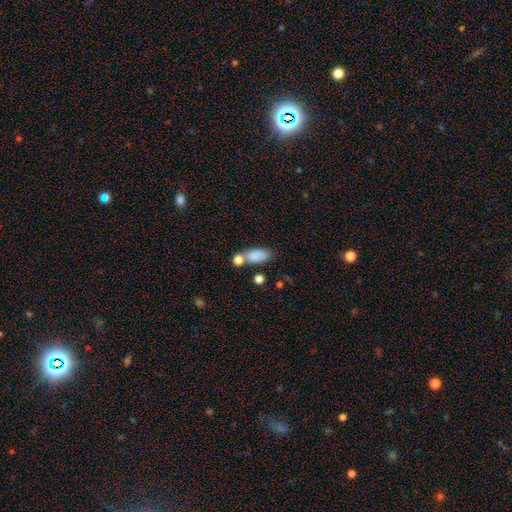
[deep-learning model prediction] This appears to be a smooth galaxy with no disk features (81%) that is in between round and cigar-shaped (83%). Merging: none (48%).